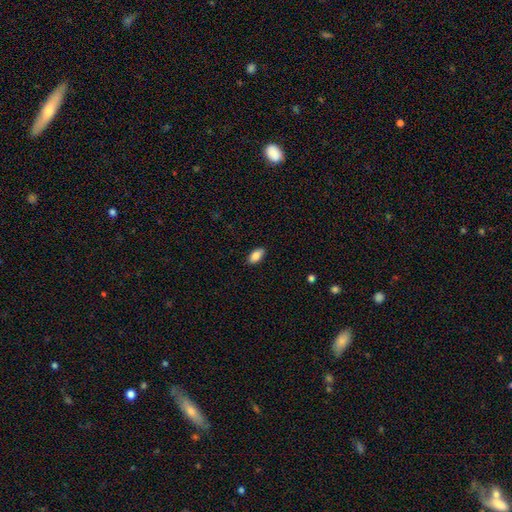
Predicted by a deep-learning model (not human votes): Morphology: type=smooth (86%); roundness=in between (93%); merging=none (88%).